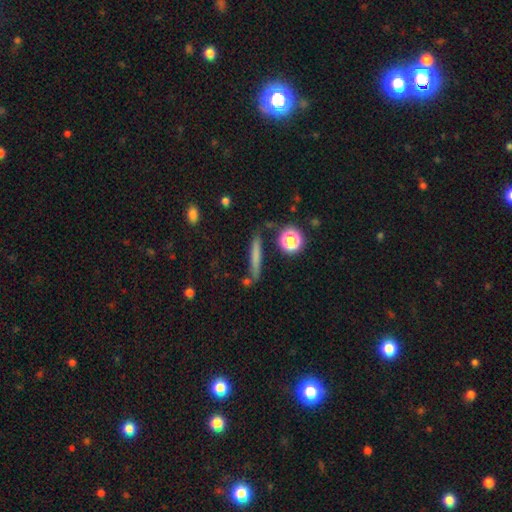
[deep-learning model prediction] smooth-or-featured: smooth: 64% | featured or disk: 25% | star or artifact: 11%
  how-rounded: cigar-shaped: 88% | in between: 7% | round: 6%
  merging: none: 77% | minor disturbance: 14% | merger: 6% | major disturbance: 4%